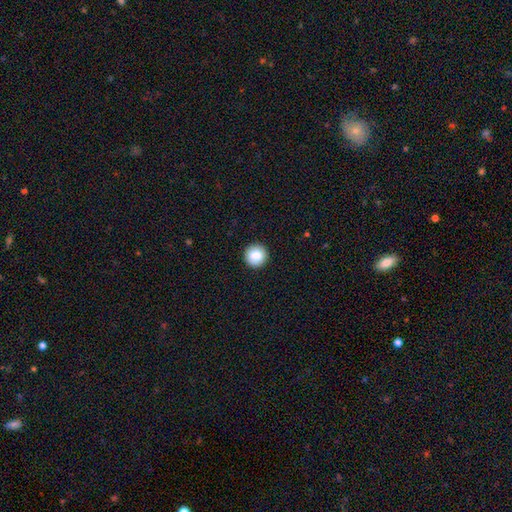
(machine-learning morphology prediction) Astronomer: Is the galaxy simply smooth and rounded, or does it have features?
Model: smooth — 86%.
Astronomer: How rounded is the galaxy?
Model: round — 96%.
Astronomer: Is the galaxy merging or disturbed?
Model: none — 93%.